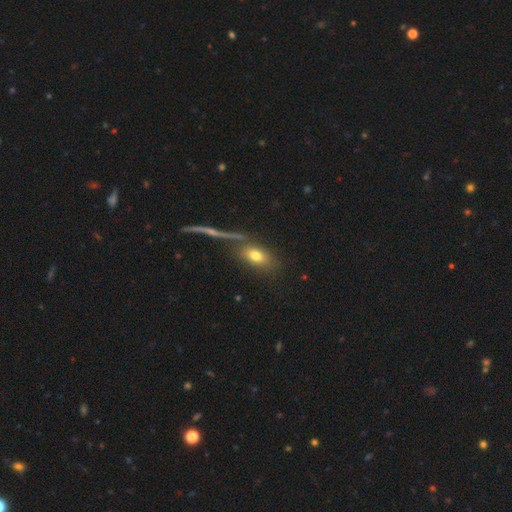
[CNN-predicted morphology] Overall: smooth (72%). How rounded: in between (79%). Merging: none (67%).